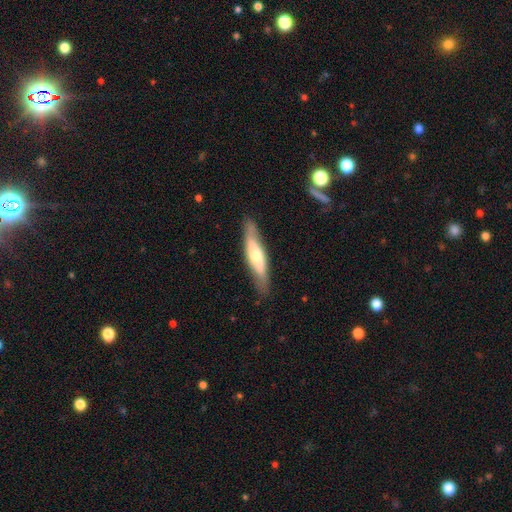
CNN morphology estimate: type=featured or disk (49%); merging=none (82%).